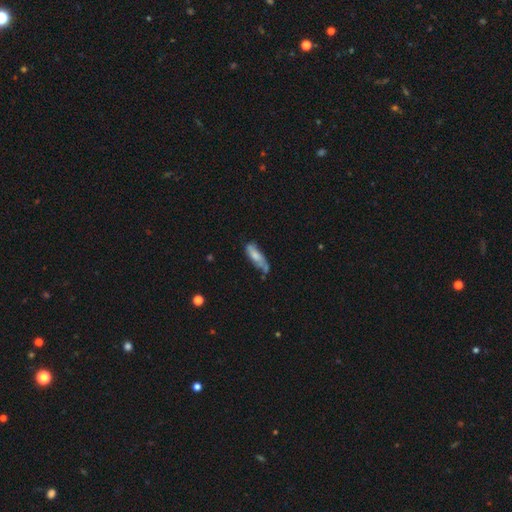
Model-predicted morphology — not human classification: Q: Smooth or featured?
A: smooth (65%); runner-up: featured or disk (28%)
Q: How rounded?
A: in between (54%); runner-up: cigar-shaped (44%)
Q: Merging?
A: none (42%); runner-up: minor disturbance (32%)